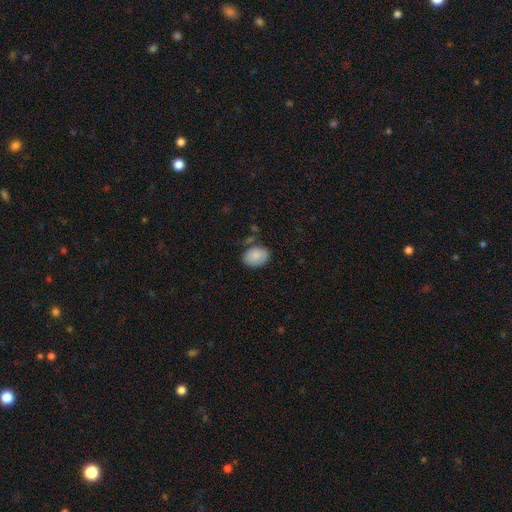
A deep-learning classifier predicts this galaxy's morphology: A smooth galaxy with no disk features (87%) that is in between round and cigar-shaped (72%).

Vote fractions:
- Smooth or featured? smooth: 87% / star or artifact: 7% / featured or disk: 6%
- How rounded? in between: 72% / round: 27% / cigar-shaped: 1%
- Merging? none: 74% / minor disturbance: 16% / merger: 6% / major disturbance: 4%